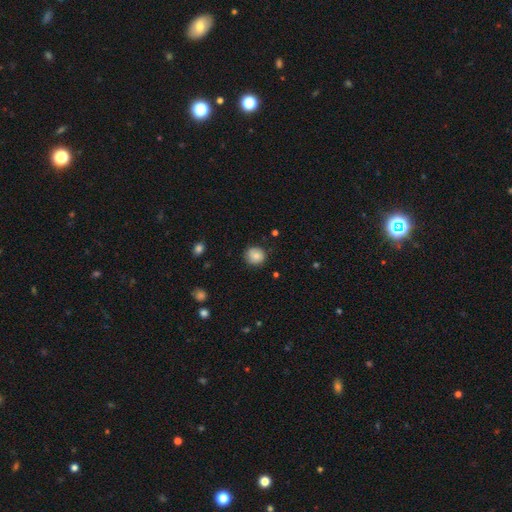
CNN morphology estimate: The model was most divided on "merging": none: 80%, minor disturbance: 16%, major disturbance: 3%, merger: 1%. More confident: how rounded — round (88%); smooth or featured — smooth (79%).